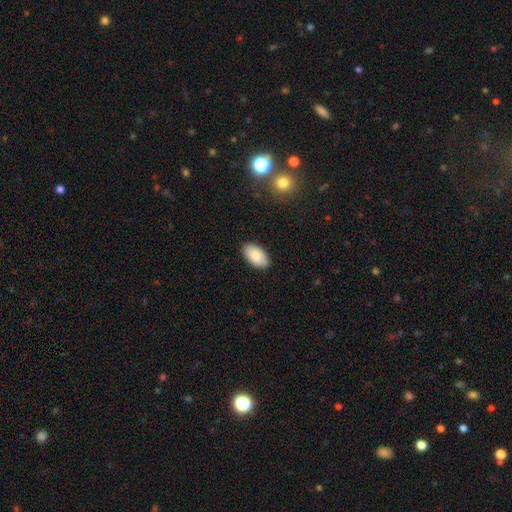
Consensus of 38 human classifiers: A smooth galaxy with no disk features (89%) that is in between round and cigar-shaped (85%). Merging: none (81%).